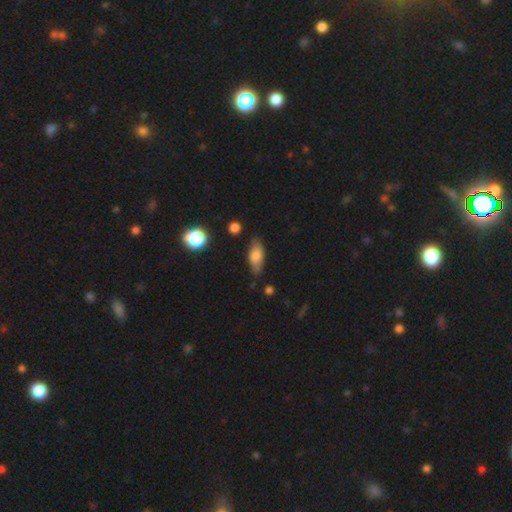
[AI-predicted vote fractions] smooth_or_featured: smooth (p=0.74) [alt: featured or disk p=0.18]
how_rounded: in between (p=0.82) [alt: cigar-shaped p=0.14]
merging: none (p=0.72) [alt: minor disturbance p=0.22]